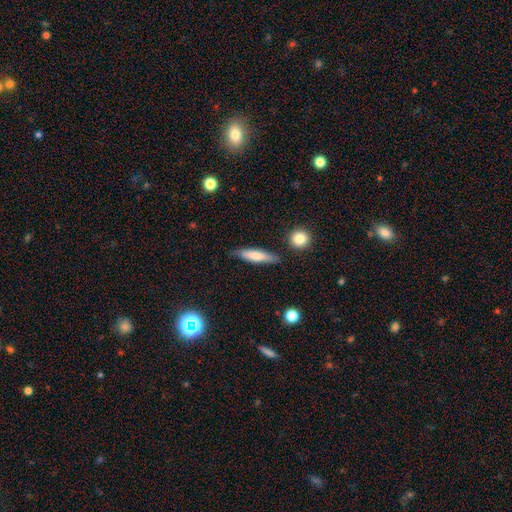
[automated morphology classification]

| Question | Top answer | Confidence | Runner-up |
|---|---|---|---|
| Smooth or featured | smooth | 66% | featured or disk (28%) |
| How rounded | cigar-shaped | 75% | in between (23%) |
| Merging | none | 80% | minor disturbance (14%) |